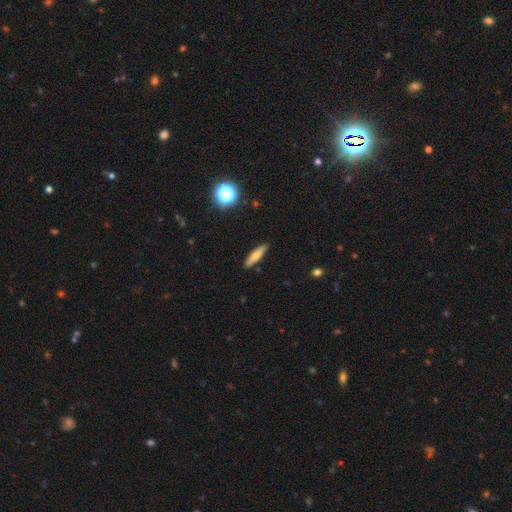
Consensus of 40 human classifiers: This appears to be a smooth galaxy with no disk features (65%) that is cigar-shaped (77%). Merging: none (95%).